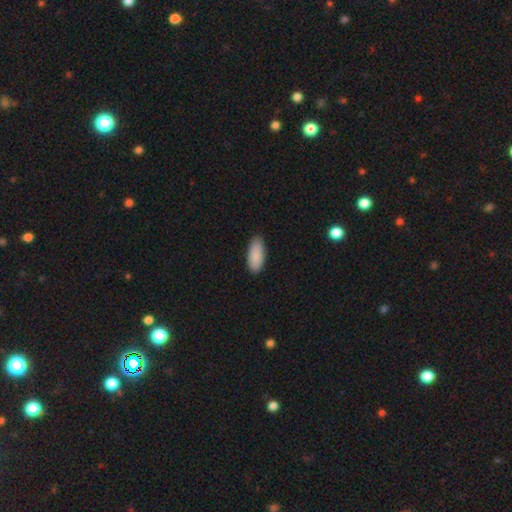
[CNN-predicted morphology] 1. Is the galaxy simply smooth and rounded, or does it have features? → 90% smooth, 6% star or artifact, 4% featured or disk.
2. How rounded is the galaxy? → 85% in between, 14% cigar-shaped, 2% round.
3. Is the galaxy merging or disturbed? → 88% none, 9% minor disturbance, 2% major disturbance, 1% merger.